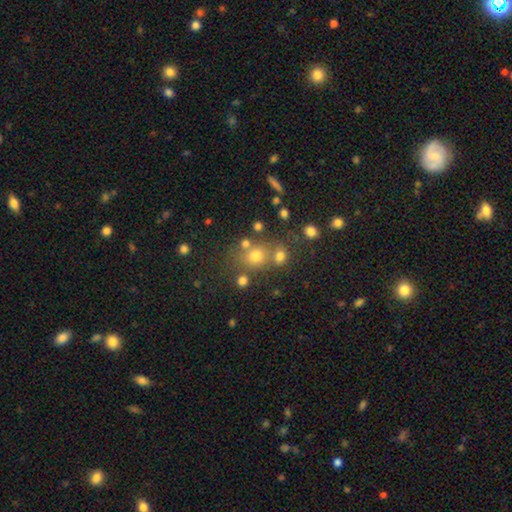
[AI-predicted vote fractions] Smooth or featured? Predicted: smooth (p=0.65). How rounded? Predicted: round (p=0.75). Merging? Predicted: none (p=0.58).